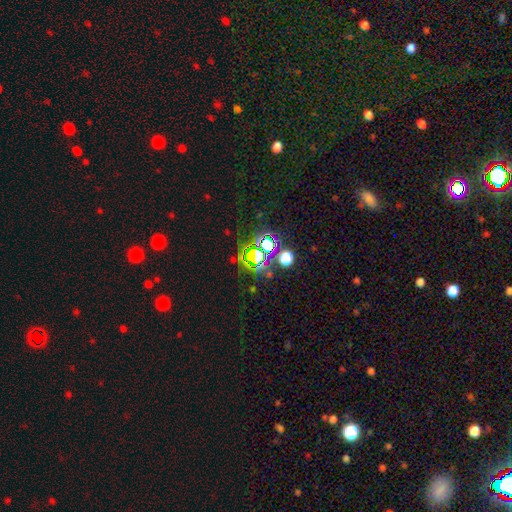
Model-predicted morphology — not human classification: star or artifact 77%, smooth 14%, featured or disk 8%.